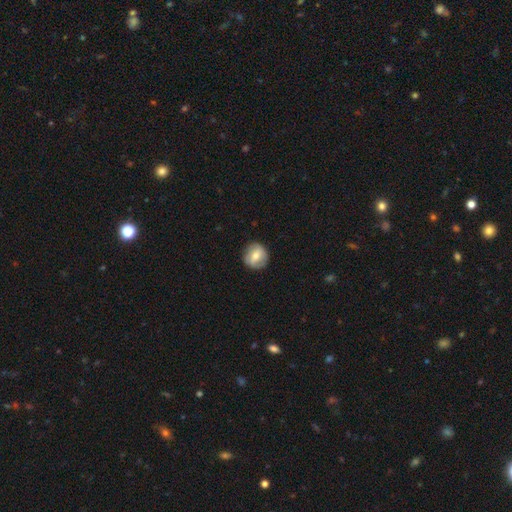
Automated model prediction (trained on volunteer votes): Overall: smooth (60%; featured or disk 33%). How rounded: round (89%). Merging: none (84%).